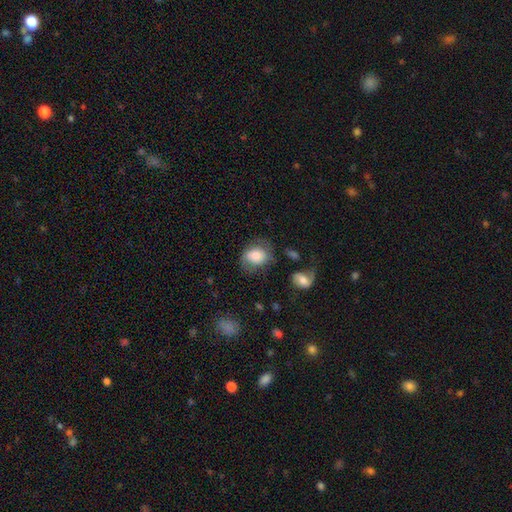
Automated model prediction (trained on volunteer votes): A smooth galaxy with no disk features (67%) that is in between round and cigar-shaped (51%). Merging: none (54%).